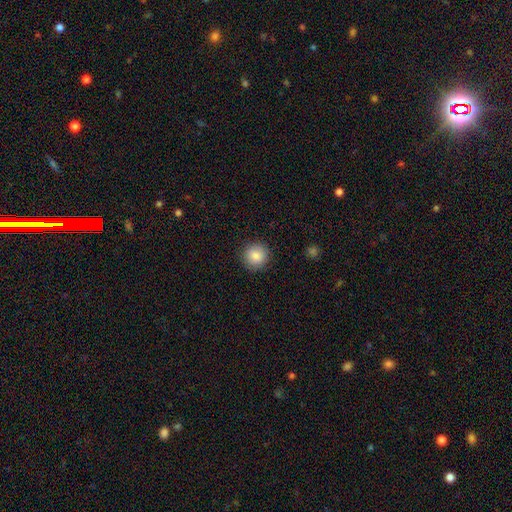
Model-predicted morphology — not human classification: Overall: smooth (86%). How rounded: round (93%). Merging: none (90%).